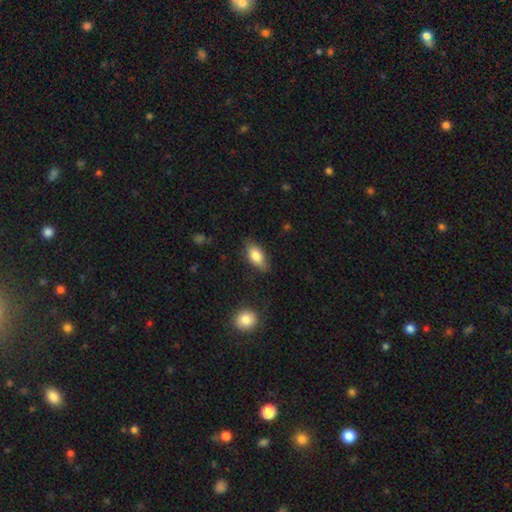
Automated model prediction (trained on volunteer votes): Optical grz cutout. It shows a smooth galaxy with no disk features (80%) that is in between round and cigar-shaped (87%). Merging: none (78%).